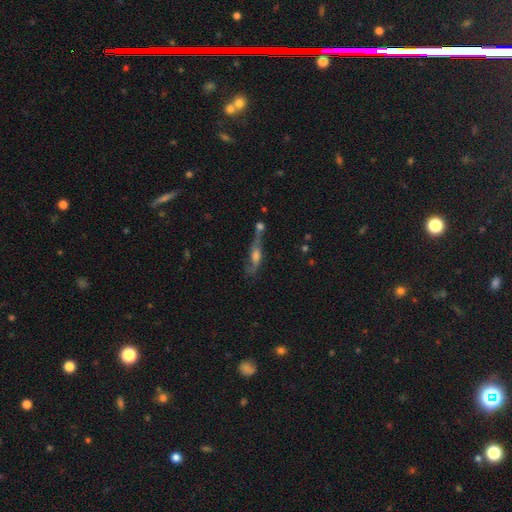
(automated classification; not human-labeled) This is possibly a featured or disk galaxy (58%). It is possibly viewed edge-on (52%). Merging: marginally merger (35%).